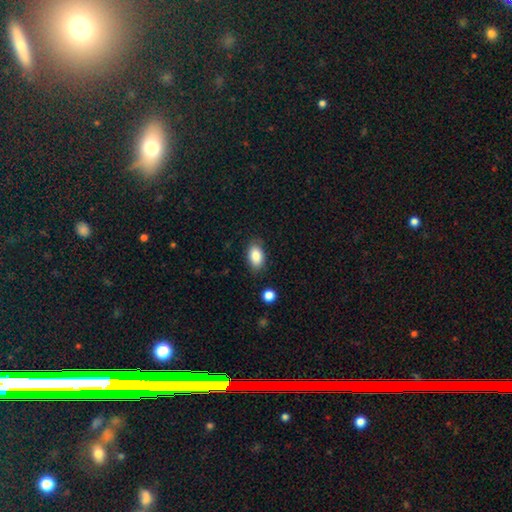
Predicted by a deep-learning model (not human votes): Morphology: type=smooth (86%); roundness=in between (91%); merging=none (82%).